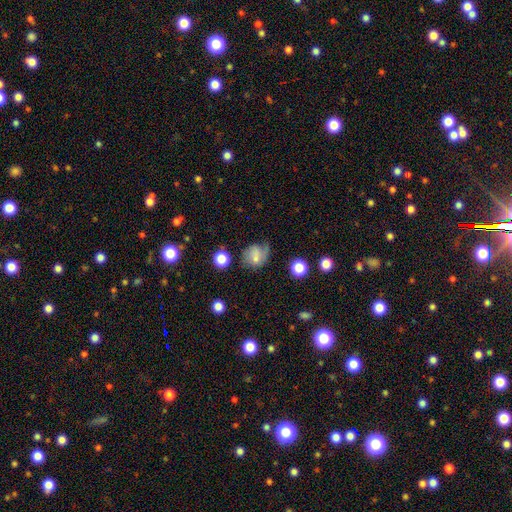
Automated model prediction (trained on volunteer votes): Smooth or featured: smooth — 64% (featured or disk — 24%)
How rounded: round — 63% (in between — 36%)
Merging: none — 48% (minor disturbance — 29%)